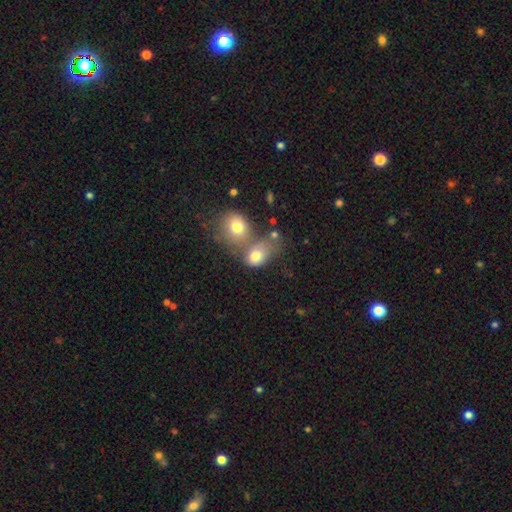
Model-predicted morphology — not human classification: smooth_or_featured: smooth (p=0.75) [alt: featured or disk p=0.15]
how_rounded: in between (p=0.64) [alt: round p=0.35]
merging: merger (p=0.52) [alt: none p=0.25]